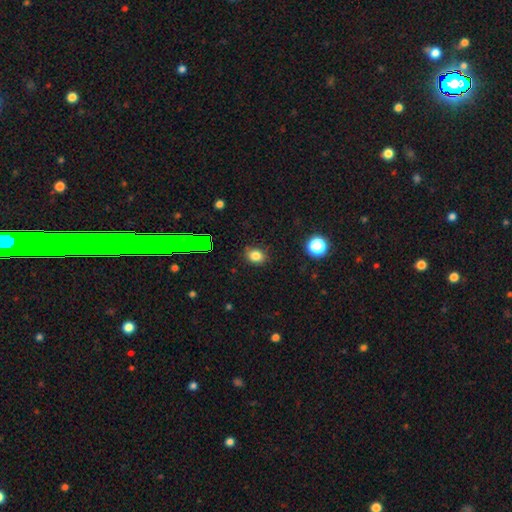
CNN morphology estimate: Overall: smooth (79%). How rounded: round (50%; in between 49%). Merging: none (83%).